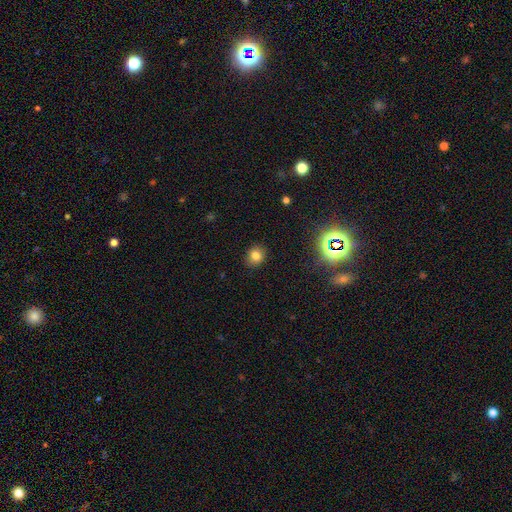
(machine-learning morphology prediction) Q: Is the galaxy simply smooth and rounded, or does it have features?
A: smooth — 79%.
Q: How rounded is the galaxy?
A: round — 72%.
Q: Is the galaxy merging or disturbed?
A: none — 88%.